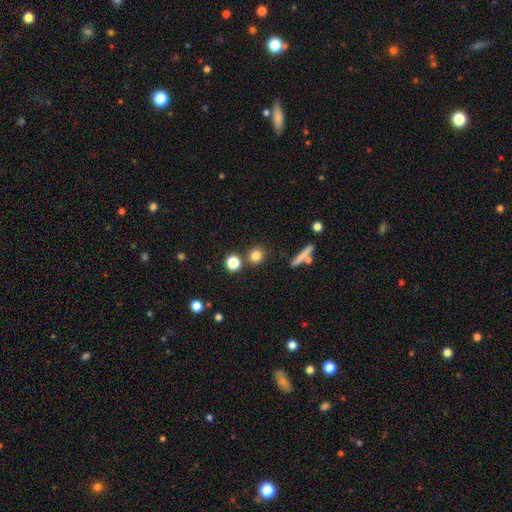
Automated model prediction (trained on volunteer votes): Morphology: type=smooth (80%); roundness=round (88%); merging=none (80%).